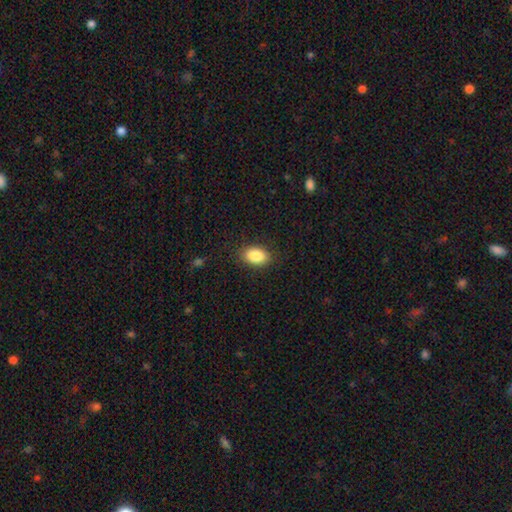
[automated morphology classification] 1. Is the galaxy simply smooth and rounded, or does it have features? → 88% smooth, 7% star or artifact, 5% featured or disk.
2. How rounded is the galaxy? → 90% in between, 8% round, 2% cigar-shaped.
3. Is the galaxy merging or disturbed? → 87% none, 10% minor disturbance, 3% major disturbance, 1% merger.